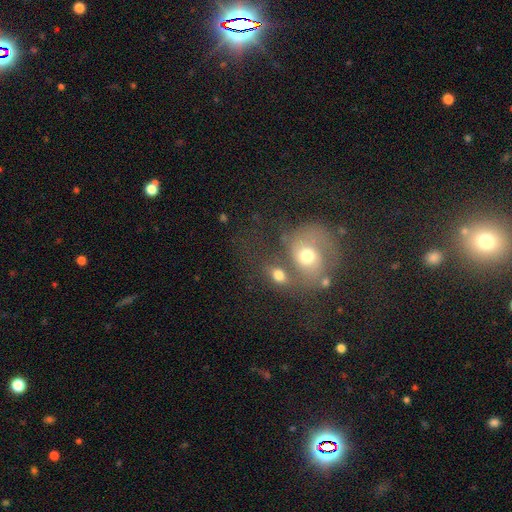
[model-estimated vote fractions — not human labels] This is possibly a featured or disk galaxy (52%). It is clearly not viewed edge-on (96%). Bar: likely no (67%). Spiral arm pattern: likely yes (66%). Central bulge: likely moderate (62%). Merging: marginally none (42%).